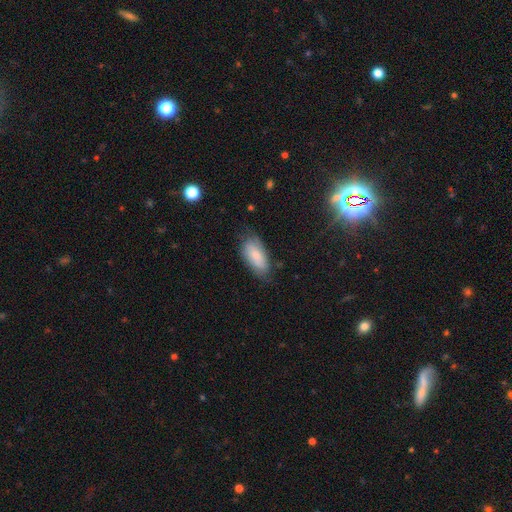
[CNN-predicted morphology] Smooth or featured? smooth (74%)
How rounded? in between (89%)
Merging? none (64%)